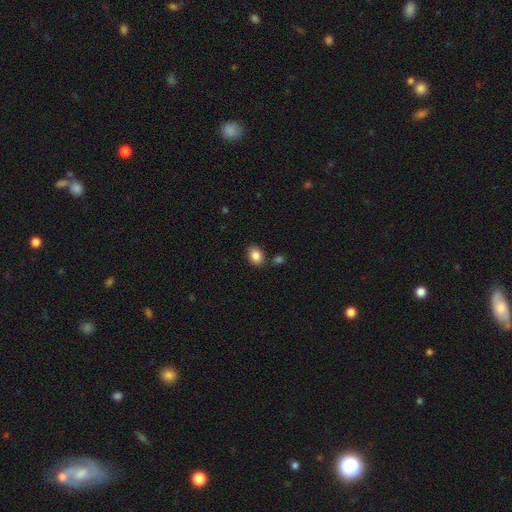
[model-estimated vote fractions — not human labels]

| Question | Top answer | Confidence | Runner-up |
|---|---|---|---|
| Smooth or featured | smooth | 86% | star or artifact (8%) |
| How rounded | in between | 71% | round (28%) |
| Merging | none | 81% | minor disturbance (10%) |